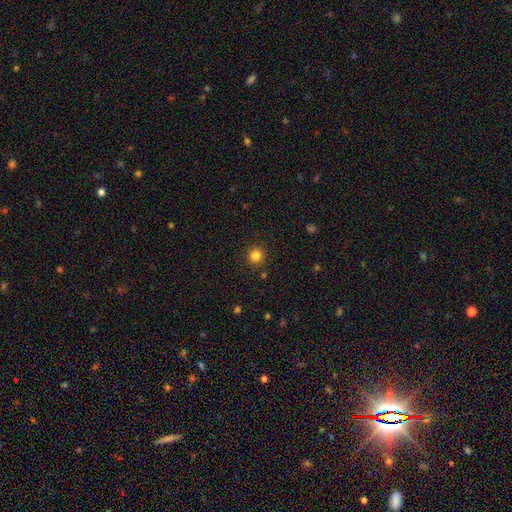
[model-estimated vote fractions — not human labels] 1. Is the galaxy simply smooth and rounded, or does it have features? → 83% smooth, 12% star or artifact, 5% featured or disk.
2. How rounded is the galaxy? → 94% round, 5% in between, 1% cigar-shaped.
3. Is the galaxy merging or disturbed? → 91% none, 6% minor disturbance, 2% major disturbance, 1% merger.